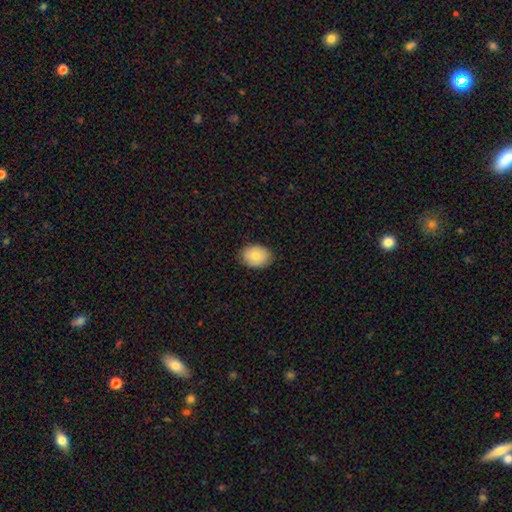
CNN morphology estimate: This appears to be a smooth galaxy with no disk features (80%) that is in between round and cigar-shaped (68%). Merging: none (84%).